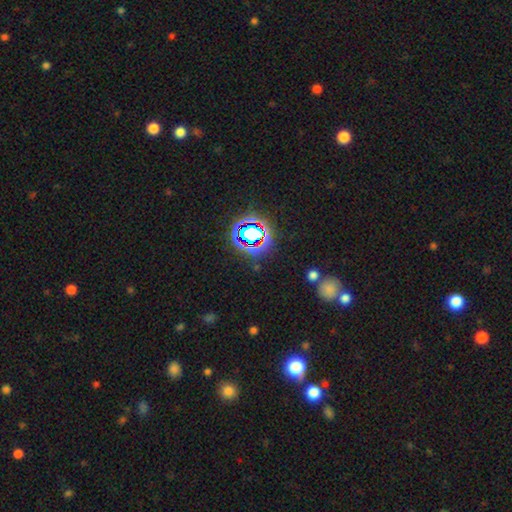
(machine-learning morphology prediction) Smooth or featured? star or artifact (76%)